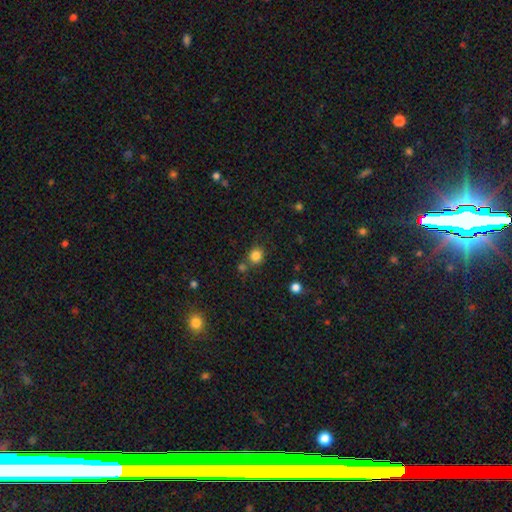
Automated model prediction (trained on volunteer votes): Smooth or featured? smooth (83%)
How rounded? round (85%)
Merging? none (71%)